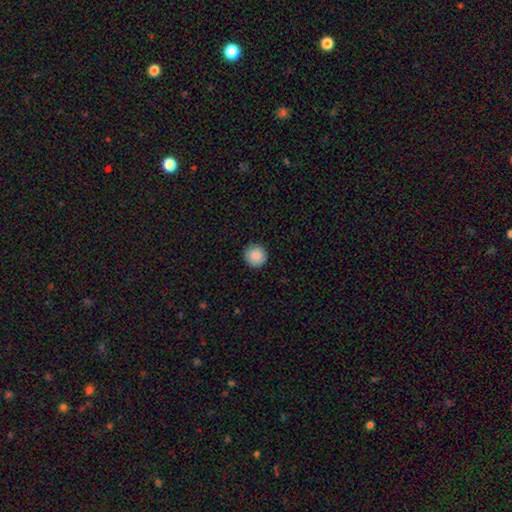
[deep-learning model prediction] This is clearly a smooth galaxy (88%). How rounded: clearly round (95%). Merging: clearly none (91%).